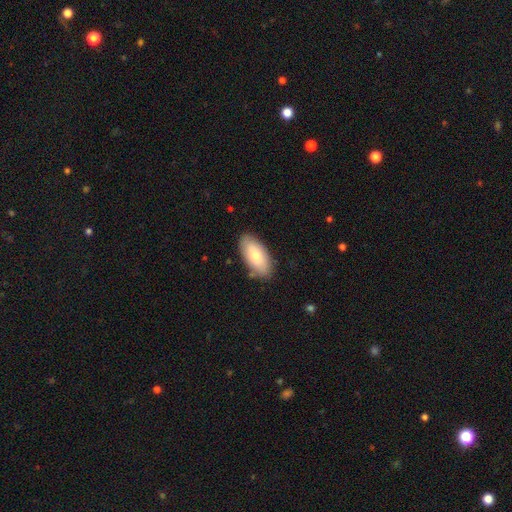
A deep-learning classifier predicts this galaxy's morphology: Smooth or featured? smooth (76%)
How rounded? in between (92%)
Merging? none (83%)